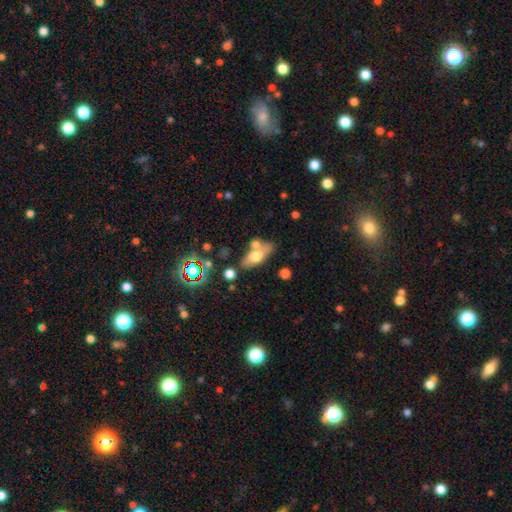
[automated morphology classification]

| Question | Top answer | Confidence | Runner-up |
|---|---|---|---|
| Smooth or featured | smooth | 63% | featured or disk (28%) |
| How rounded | in between | 82% | cigar-shaped (12%) |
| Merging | none | 53% | merger (26%) |